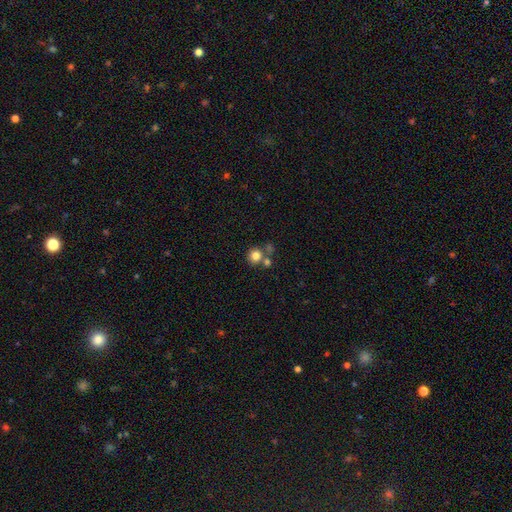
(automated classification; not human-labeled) A smooth galaxy with no disk features (80%) that is round (89%). Merging: none (62%).